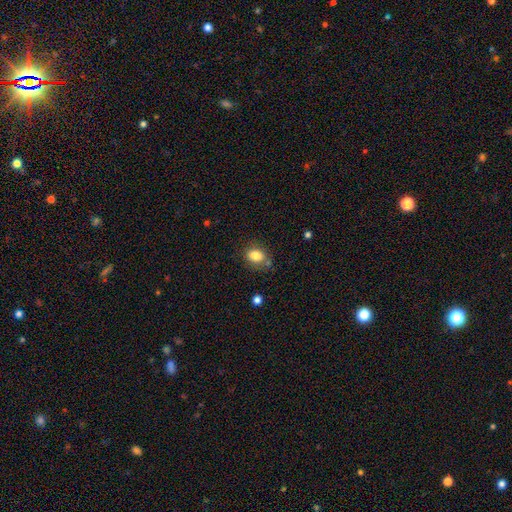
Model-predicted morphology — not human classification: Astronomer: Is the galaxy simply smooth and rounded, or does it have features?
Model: smooth — 83%.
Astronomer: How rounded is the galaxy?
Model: in between — 62%.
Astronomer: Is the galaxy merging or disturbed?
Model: none — 69%.